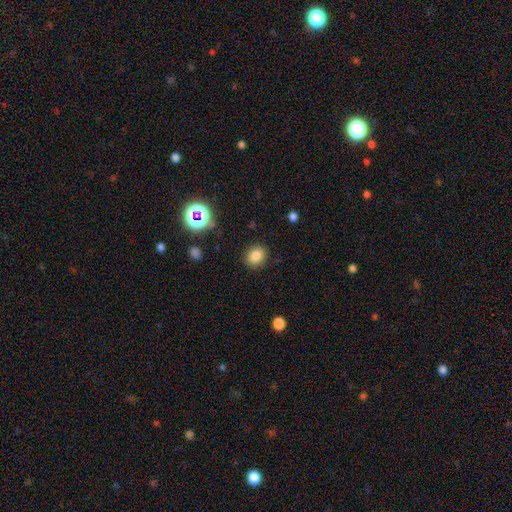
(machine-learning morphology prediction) type=smooth (82%); roundness=round (64%); merging=none (88%).